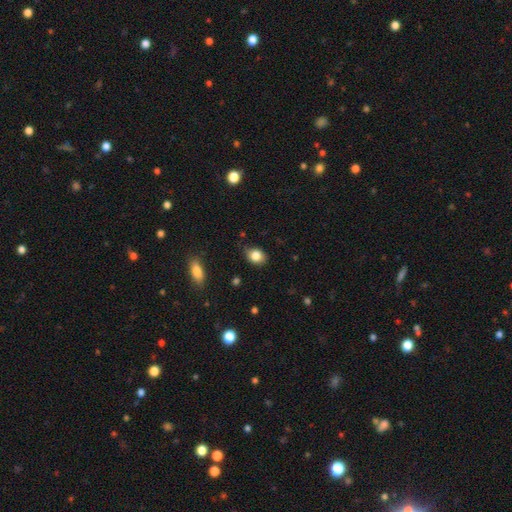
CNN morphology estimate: This is clearly a smooth galaxy (83%). How rounded: likely in between (61%). Merging: likely none (71%).